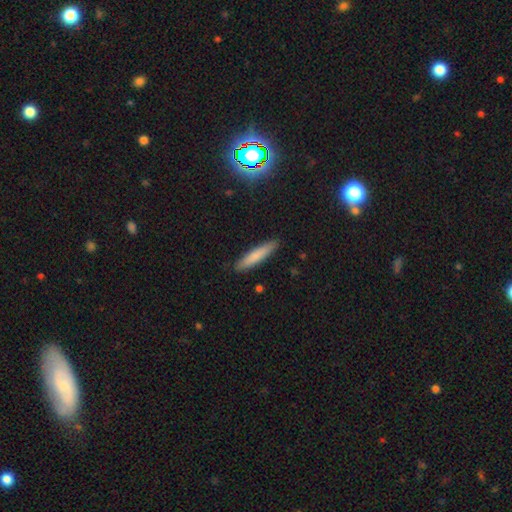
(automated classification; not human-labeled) This is likely a smooth galaxy (77%). How rounded: clearly cigar-shaped (87%). Merging: clearly none (89%).